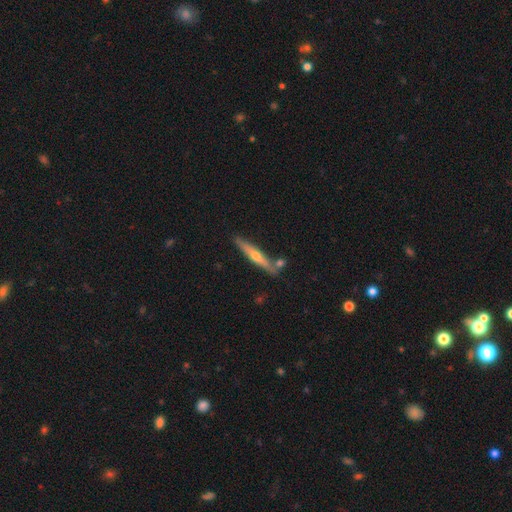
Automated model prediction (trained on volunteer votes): This is possibly a featured or disk galaxy (56%). It is clearly viewed edge-on (93%). Edge-on bulge: clearly rounded (84%). Merging: likely none (77%).